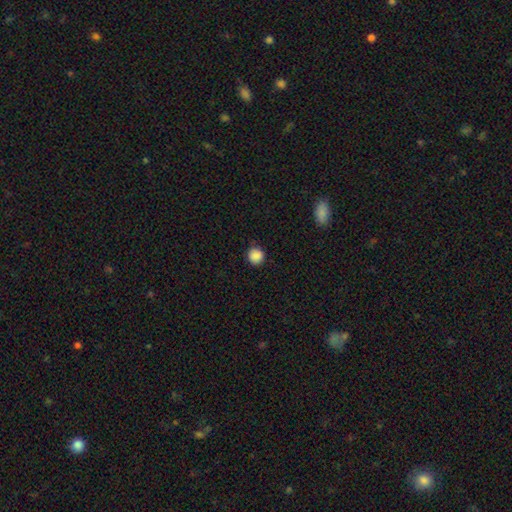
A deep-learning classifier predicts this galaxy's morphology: Q: Smooth or featured?
A: smooth (88%); runner-up: star or artifact (10%)
Q: How rounded?
A: round (93%); runner-up: in between (6%)
Q: Merging?
A: none (88%); runner-up: minor disturbance (8%)